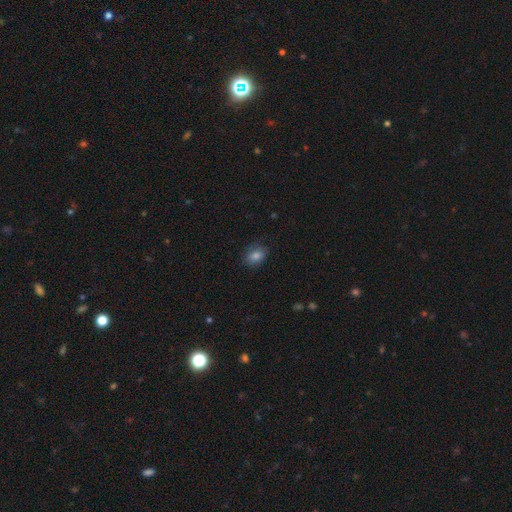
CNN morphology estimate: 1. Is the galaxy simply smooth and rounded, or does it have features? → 82% smooth, 10% star or artifact, 8% featured or disk.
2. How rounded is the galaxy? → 71% in between, 27% round, 1% cigar-shaped.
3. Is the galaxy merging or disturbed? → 81% none, 15% minor disturbance, 3% major disturbance, 1% merger.